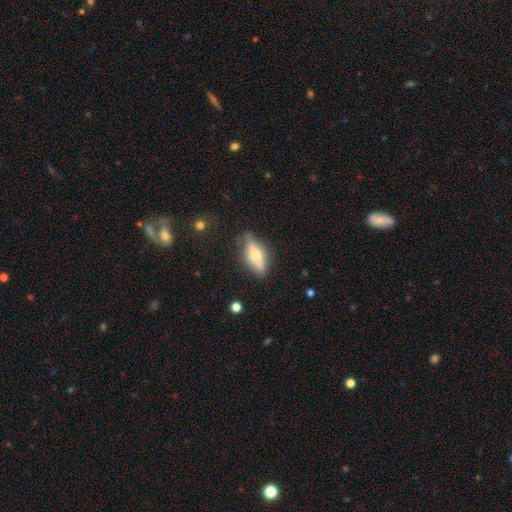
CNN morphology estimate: Q: Smooth or featured?
A: smooth (50%); runner-up: featured or disk (43%)
Q: How rounded?
A: in between (57%); runner-up: cigar-shaped (40%)
Q: Merging?
A: none (75%); runner-up: minor disturbance (18%)